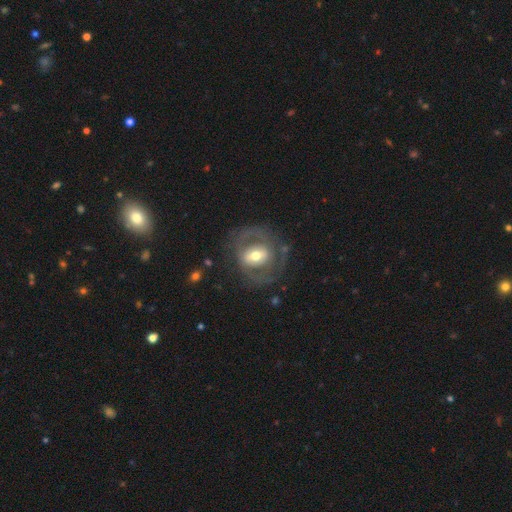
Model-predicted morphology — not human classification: A featured or disk galaxy (69%) with a weak bar (38%), spiral arms (57%) and a moderate central bulge (68%). Merging: none (65%).